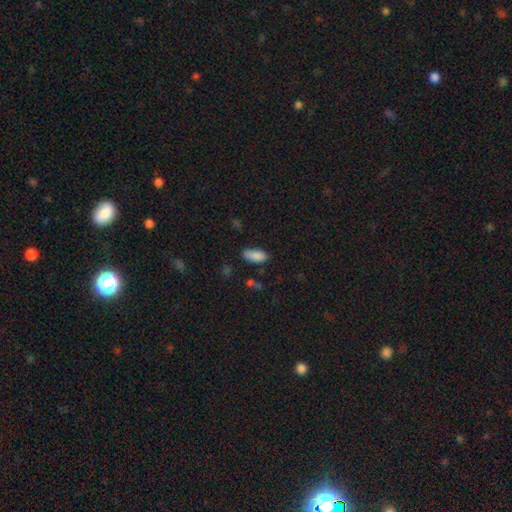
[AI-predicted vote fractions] A smooth galaxy with no disk features (88%) that is in between round and cigar-shaped (89%).

Vote fractions:
- Smooth or featured? smooth: 88% / star or artifact: 7% / featured or disk: 5%
- How rounded? in between: 89% / cigar-shaped: 9% / round: 2%
- Merging? none: 78% / minor disturbance: 16% / major disturbance: 3% / merger: 2%